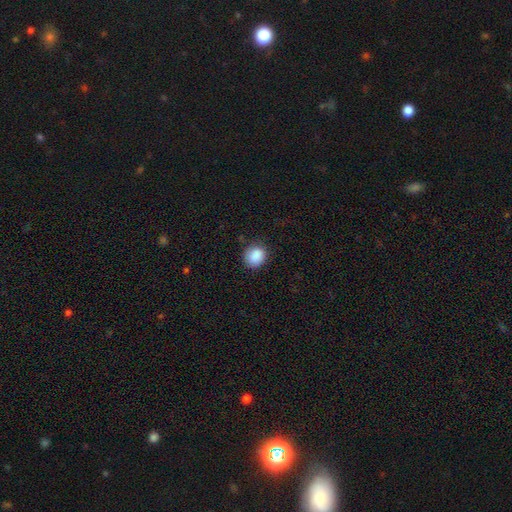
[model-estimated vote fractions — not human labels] Smooth or featured? smooth (88%)
How rounded? round (76%)
Merging? none (82%)